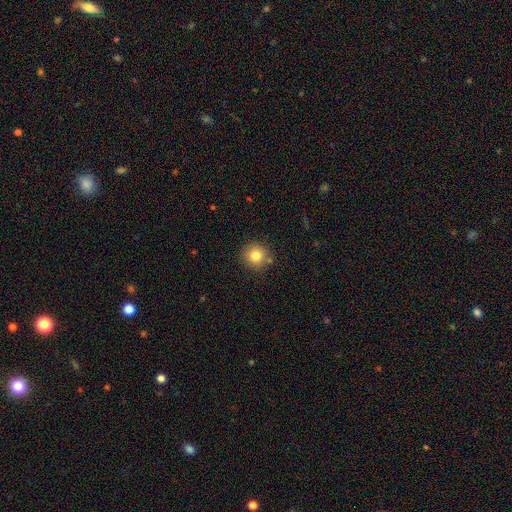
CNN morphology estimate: Q: Smooth or featured?
A: smooth (82%); runner-up: star or artifact (11%)
Q: How rounded?
A: round (93%); runner-up: in between (6%)
Q: Merging?
A: none (87%); runner-up: minor disturbance (8%)